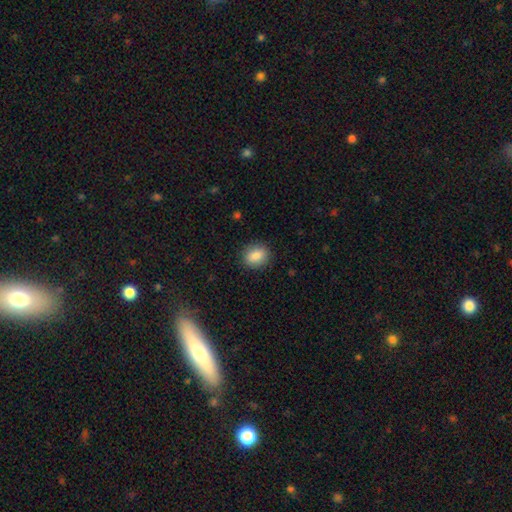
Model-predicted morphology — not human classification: Smooth or featured? Predicted: smooth (p=0.87). How rounded? Predicted: round (p=0.53). Merging? Predicted: none (p=0.88).